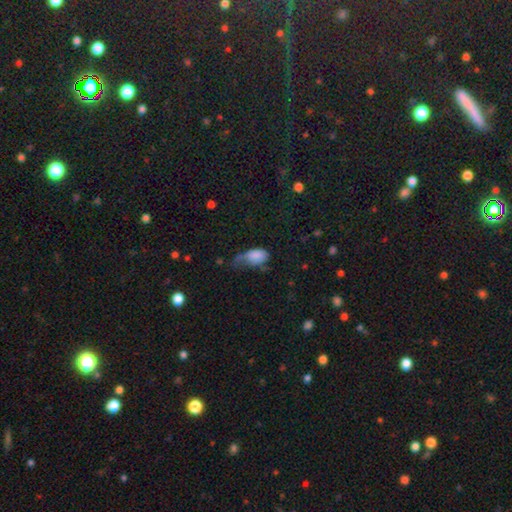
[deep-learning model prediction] This appears to be a smooth galaxy with no disk features (80%) that is in between round and cigar-shaped (90%). Merging: minor disturbance (37%).